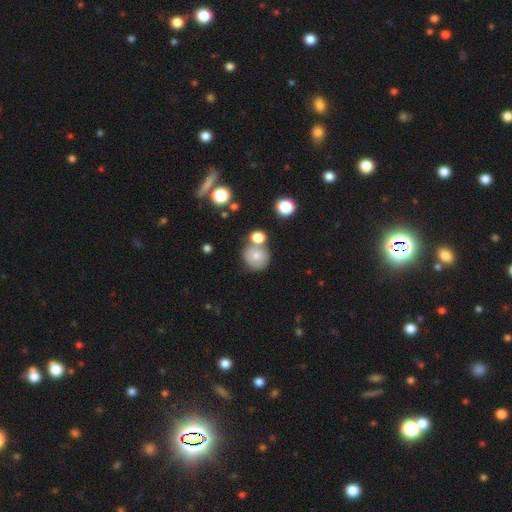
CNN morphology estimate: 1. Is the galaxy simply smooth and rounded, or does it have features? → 71% smooth, 18% featured or disk, 11% star or artifact.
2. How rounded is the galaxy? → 87% round, 12% in between, 1% cigar-shaped.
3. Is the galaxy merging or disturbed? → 57% none, 26% merger, 12% minor disturbance, 4% major disturbance.